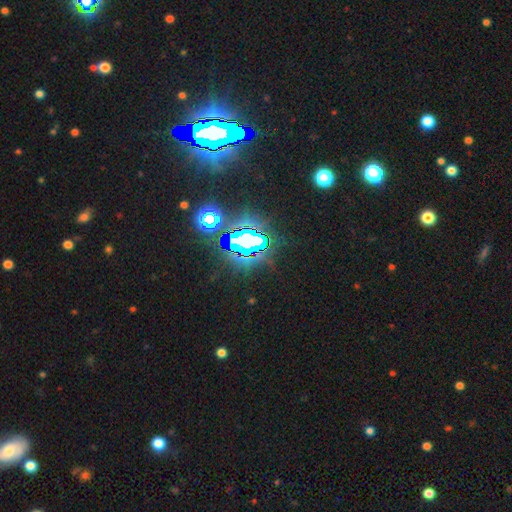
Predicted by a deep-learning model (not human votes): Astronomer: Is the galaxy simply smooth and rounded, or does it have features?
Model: star or artifact — 85%.